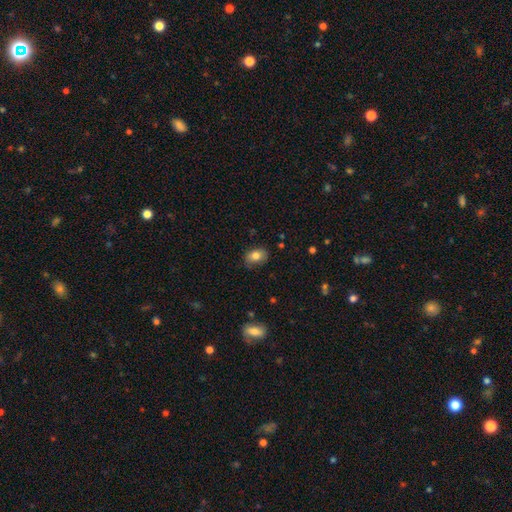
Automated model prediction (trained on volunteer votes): smooth-or-featured: smooth: 80% | featured or disk: 11% | star or artifact: 9%
  how-rounded: in between: 77% | round: 22% | cigar-shaped: 1%
  merging: none: 77% | minor disturbance: 18% | major disturbance: 3% | merger: 1%